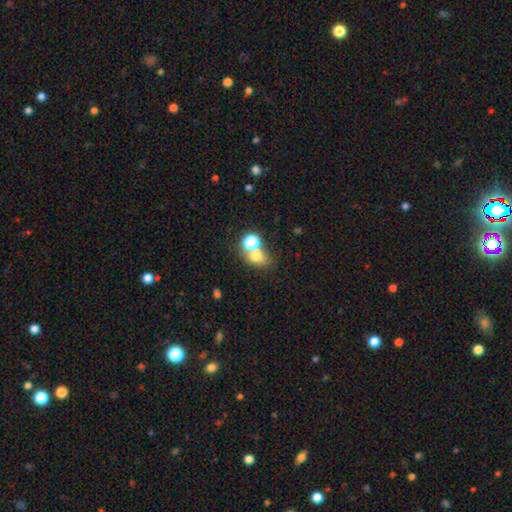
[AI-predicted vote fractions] smooth-or-featured: smooth: 66% | star or artifact: 20% | featured or disk: 14%
  how-rounded: round: 51% | in between: 47% | cigar-shaped: 2%
  merging: merger: 43% | none: 42% | minor disturbance: 10% | major disturbance: 6%